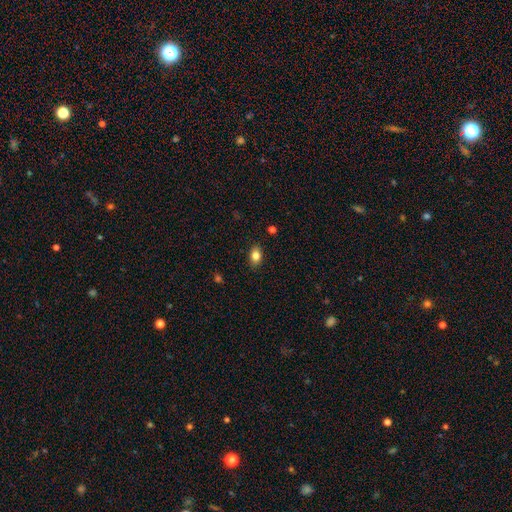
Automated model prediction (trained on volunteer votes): A smooth galaxy with no disk features (83%) that is in between round and cigar-shaped (80%). Merging: none (88%).